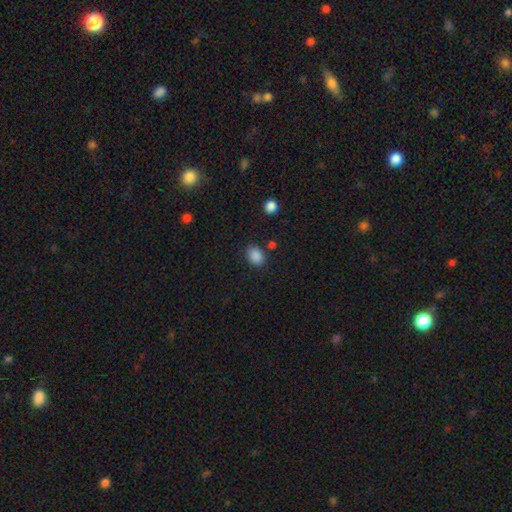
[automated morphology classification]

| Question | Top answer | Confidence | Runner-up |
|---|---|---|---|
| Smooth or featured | smooth | 87% | star or artifact (10%) |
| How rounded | in between | 67% | round (32%) |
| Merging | none | 80% | minor disturbance (12%) |